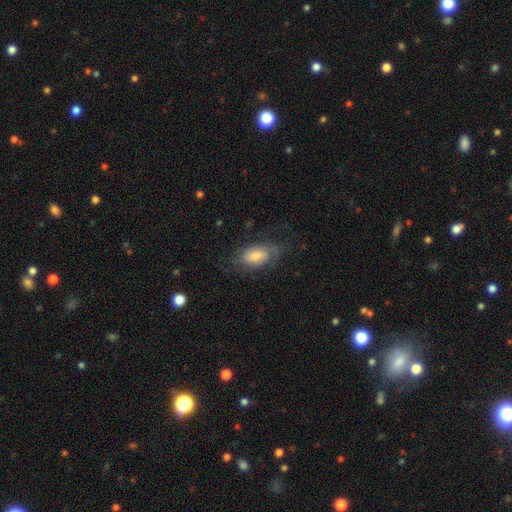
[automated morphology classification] type=featured or disk (48%); merging=none (68%).